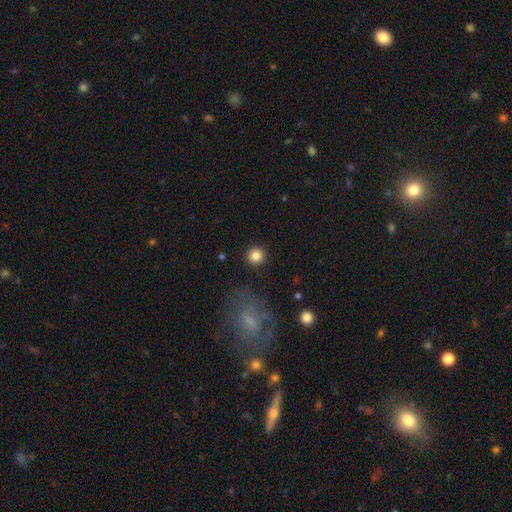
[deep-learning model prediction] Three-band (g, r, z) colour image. It shows a smooth galaxy with no disk features (84%) that is round (94%). Merging: none (91%).